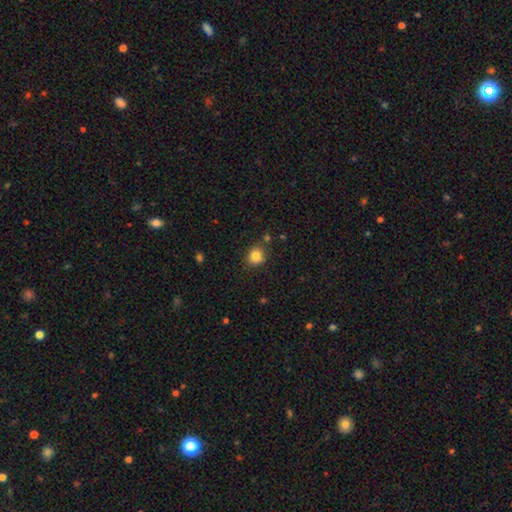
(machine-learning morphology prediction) smooth_or_featured: smooth (p=0.83) [alt: star or artifact p=0.11]
how_rounded: round (p=0.80) [alt: in between p=0.19]
merging: none (p=0.79) [alt: minor disturbance p=0.13]